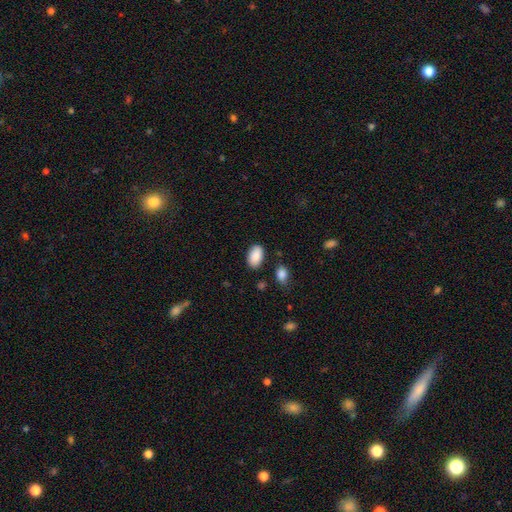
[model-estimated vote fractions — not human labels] Smooth or featured?
  - smooth: 90% *
  - star or artifact: 7%
  - featured or disk: 4%
How rounded?
  - in between: 93% *
  - round: 6%
  - cigar-shaped: 1%
Merging?
  - none: 83% *
  - minor disturbance: 11%
  - major disturbance: 3%
  - merger: 3%